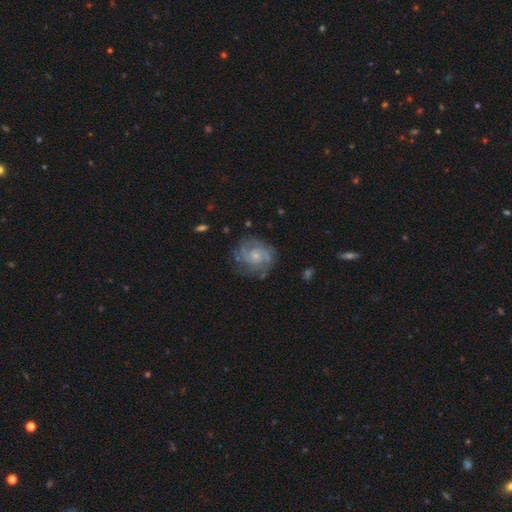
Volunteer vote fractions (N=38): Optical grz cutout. It shows a featured or disk galaxy (92%) with no bar (57%), 2 (62%) medium (62%) spiral arms (97%) and a small central bulge (80%). Merging: none (73%).